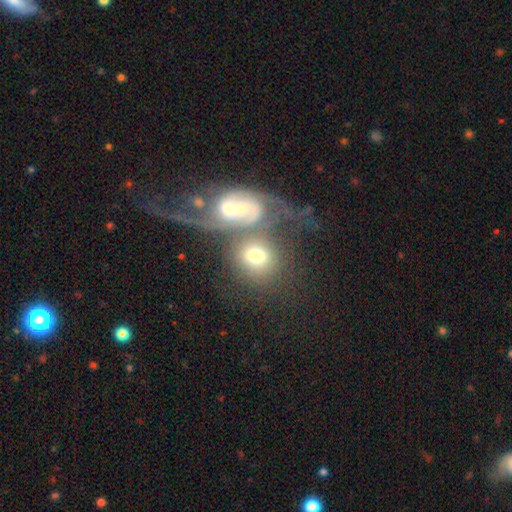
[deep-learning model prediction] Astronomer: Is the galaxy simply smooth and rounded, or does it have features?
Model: smooth — 53% (runner-up: featured or disk, 35%).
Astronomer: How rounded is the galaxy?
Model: round — 59% (runner-up: in between, 39%).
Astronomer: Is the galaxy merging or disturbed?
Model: merger — 51% (runner-up: none, 28%).